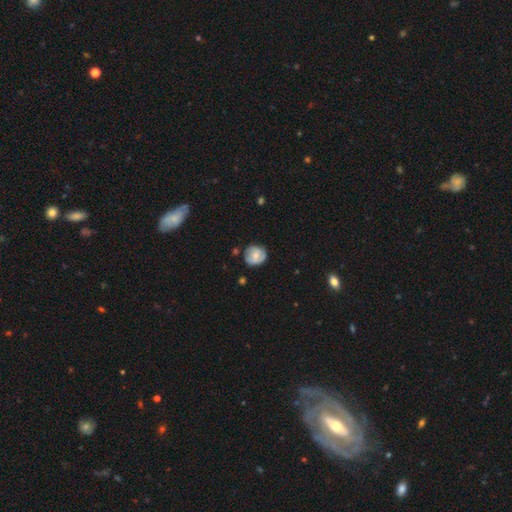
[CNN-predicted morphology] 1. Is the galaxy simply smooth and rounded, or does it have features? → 51% smooth, 42% featured or disk, 7% star or artifact.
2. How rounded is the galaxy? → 80% round, 19% in between, 1% cigar-shaped.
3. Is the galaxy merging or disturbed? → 69% none, 23% minor disturbance, 5% major disturbance, 3% merger.